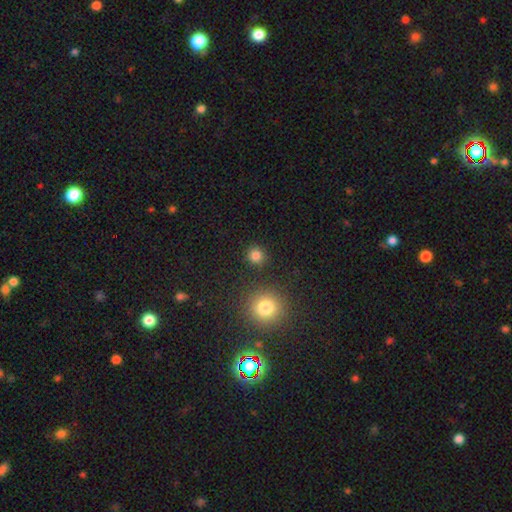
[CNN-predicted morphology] smooth 82%, star or artifact 14%, featured or disk 4%. Down the decision tree: how rounded — round (90%); merging — none (88%).